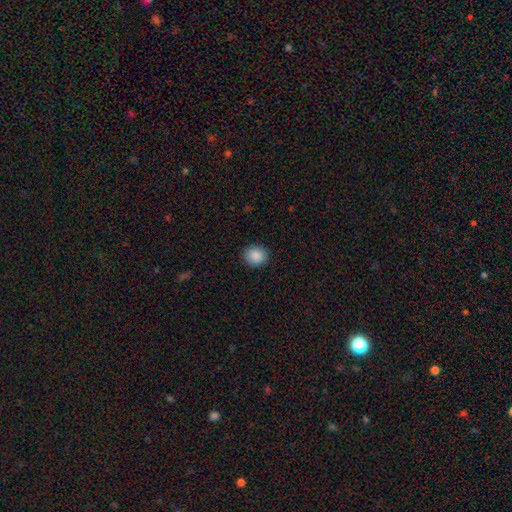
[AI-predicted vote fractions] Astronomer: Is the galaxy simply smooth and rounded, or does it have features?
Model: smooth — 88%.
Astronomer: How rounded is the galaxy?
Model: round — 77%.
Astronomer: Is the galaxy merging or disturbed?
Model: none — 90%.